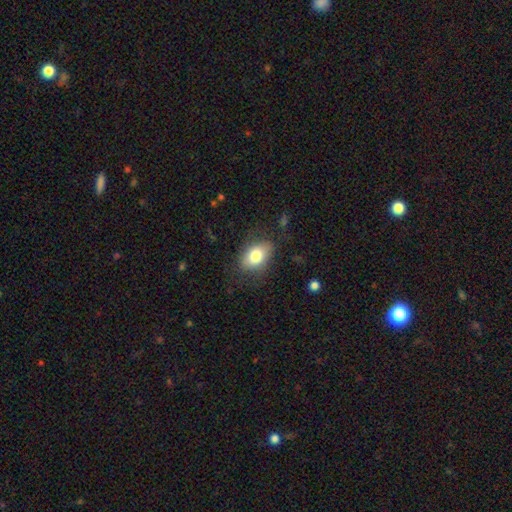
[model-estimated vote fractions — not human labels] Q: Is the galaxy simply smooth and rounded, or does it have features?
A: smooth — 78%.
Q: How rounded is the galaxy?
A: in between — 86%.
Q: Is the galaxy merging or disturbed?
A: none — 77%.